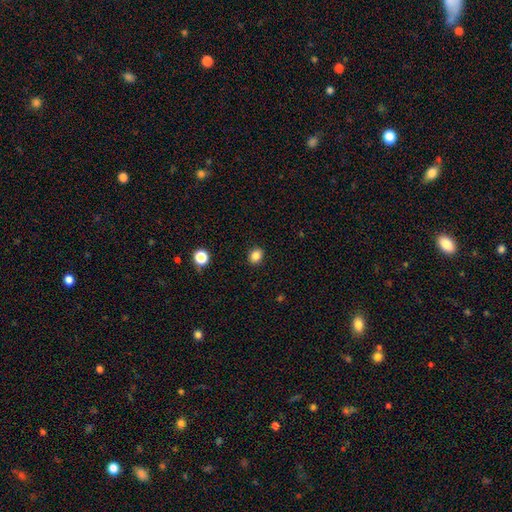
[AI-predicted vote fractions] smooth-or-featured: smooth: 85% | star or artifact: 11% | featured or disk: 4%
  how-rounded: round: 56% | in between: 43% | cigar-shaped: 1%
  merging: none: 90% | minor disturbance: 7% | major disturbance: 2% | merger: 1%